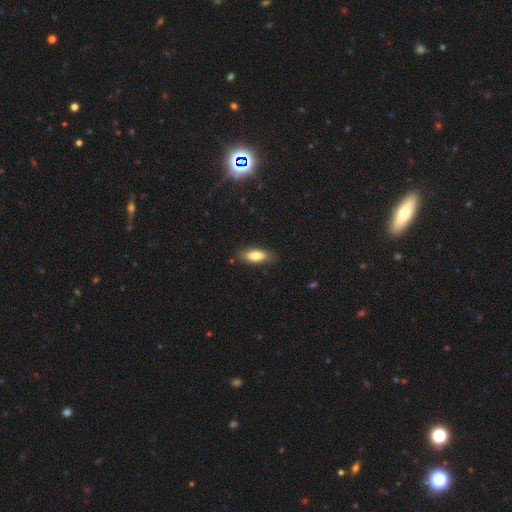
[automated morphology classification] This is likely a smooth galaxy (79%). How rounded: likely in between (80%). Merging: clearly none (83%).